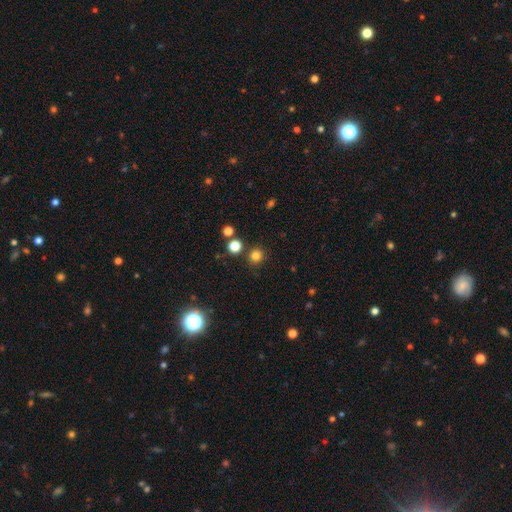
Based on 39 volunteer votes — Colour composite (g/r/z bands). It shows a smooth galaxy with no disk features (77%) that is round (93%). Merging: none (76%).